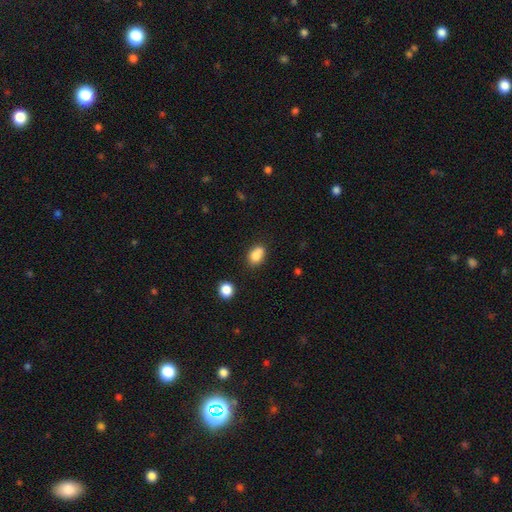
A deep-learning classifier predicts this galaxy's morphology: smooth-or-featured: smooth: 82% | star or artifact: 10% | featured or disk: 8%
  how-rounded: in between: 75% | round: 24% | cigar-shaped: 2%
  merging: none: 58% | minor disturbance: 21% | merger: 17% | major disturbance: 5%